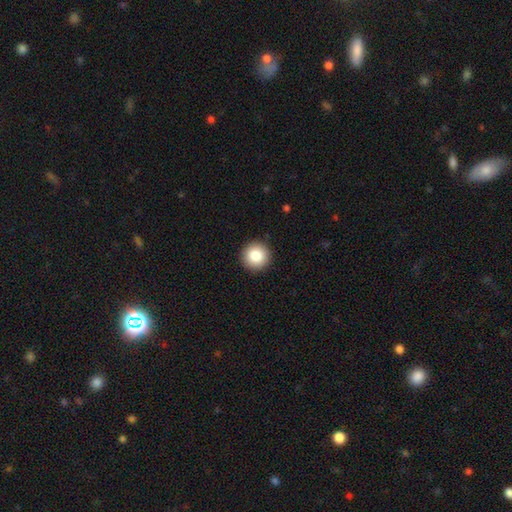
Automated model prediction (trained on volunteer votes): Smooth or featured: smooth — 85% (star or artifact — 9%)
How rounded: round — 96% (in between — 3%)
Merging: none — 93% (minor disturbance — 4%)